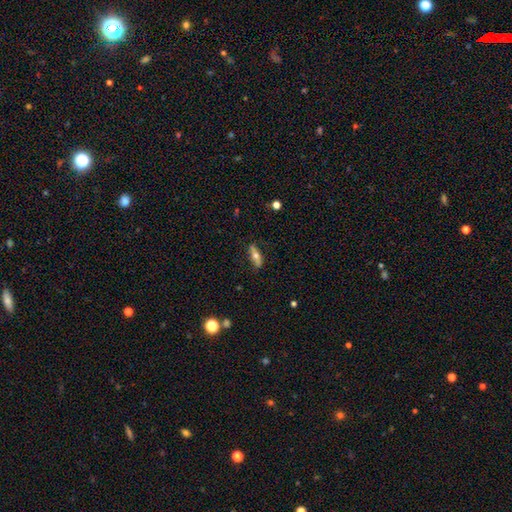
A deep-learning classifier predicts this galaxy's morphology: Q: Smooth or featured?
A: smooth (51%); runner-up: featured or disk (42%)
Q: How rounded?
A: cigar-shaped (49%); runner-up: in between (47%)
Q: Merging?
A: none (83%); runner-up: minor disturbance (13%)